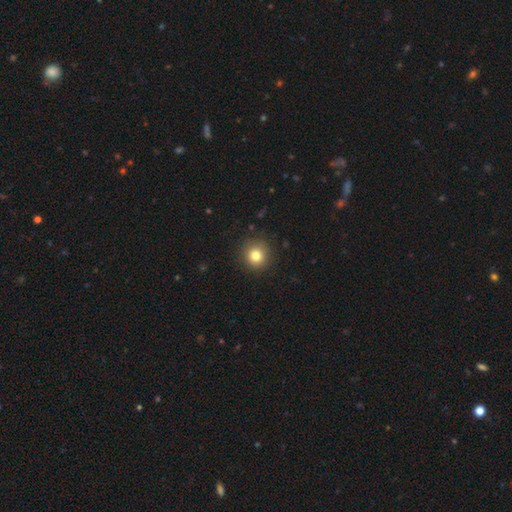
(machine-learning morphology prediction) Smooth or featured: smooth — 80% (star or artifact — 12%)
How rounded: round — 92% (in between — 7%)
Merging: none — 90% (minor disturbance — 7%)